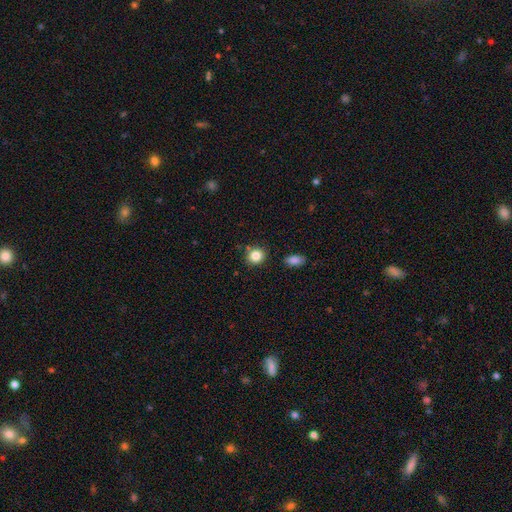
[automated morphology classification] Smooth or featured?
  - smooth: 84% *
  - star or artifact: 10%
  - featured or disk: 6%
How rounded?
  - round: 80% *
  - in between: 19%
  - cigar-shaped: 1%
Merging?
  - none: 83% *
  - minor disturbance: 9%
  - merger: 5%
  - major disturbance: 2%